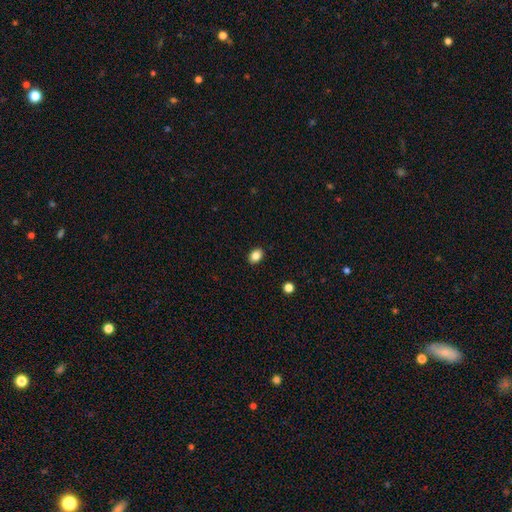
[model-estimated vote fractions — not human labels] smooth_or_featured: smooth (p=0.85) [alt: star or artifact p=0.09]
how_rounded: in between (p=0.71) [alt: round p=0.28]
merging: none (p=0.90) [alt: minor disturbance p=0.08]